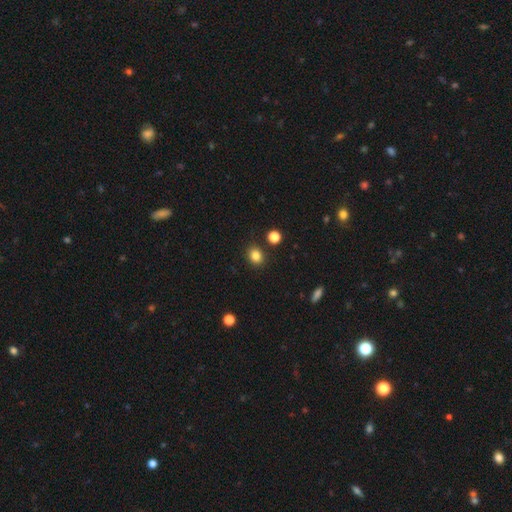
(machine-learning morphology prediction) A smooth galaxy with no disk features (83%) that is round (67%).

Vote fractions:
- Smooth or featured? smooth: 83% / star or artifact: 12% / featured or disk: 5%
- How rounded? round: 67% / in between: 32% / cigar-shaped: 1%
- Merging? none: 86% / minor disturbance: 8% / merger: 3% / major disturbance: 2%